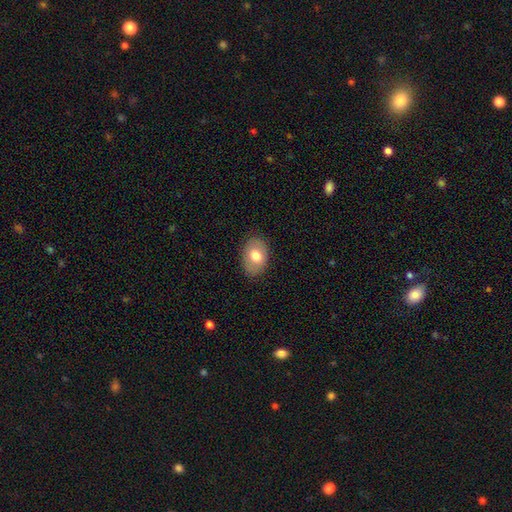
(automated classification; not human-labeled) Q: Smooth or featured?
A: smooth (74%); runner-up: featured or disk (19%)
Q: How rounded?
A: in between (79%); runner-up: round (20%)
Q: Merging?
A: none (85%); runner-up: minor disturbance (11%)